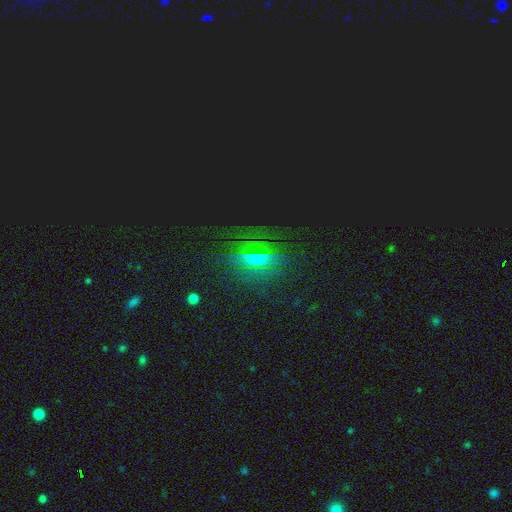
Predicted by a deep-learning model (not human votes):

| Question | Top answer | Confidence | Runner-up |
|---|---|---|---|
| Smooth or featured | star or artifact | 48% | smooth (27%) |